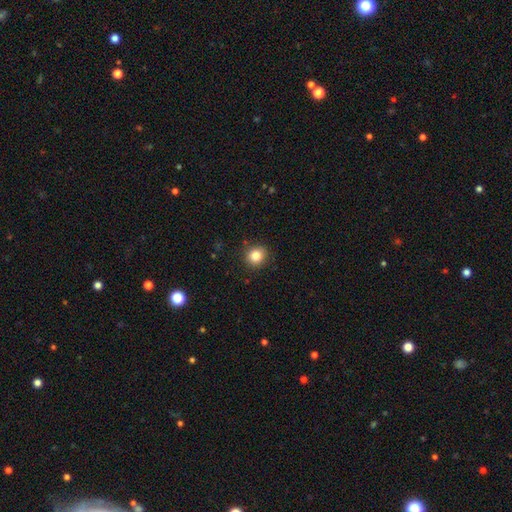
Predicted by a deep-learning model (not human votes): smooth_or_featured: smooth (p=0.84) [alt: star or artifact p=0.11]
how_rounded: round (p=0.85) [alt: in between p=0.14]
merging: none (p=0.88) [alt: minor disturbance p=0.08]